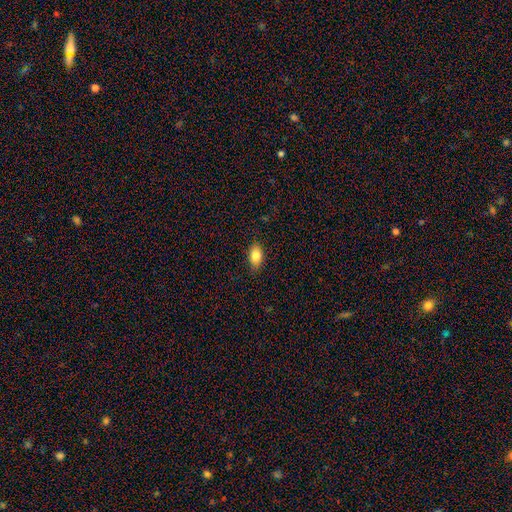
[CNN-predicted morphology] Smooth or featured? smooth (84%)
How rounded? in between (89%)
Merging? none (84%)